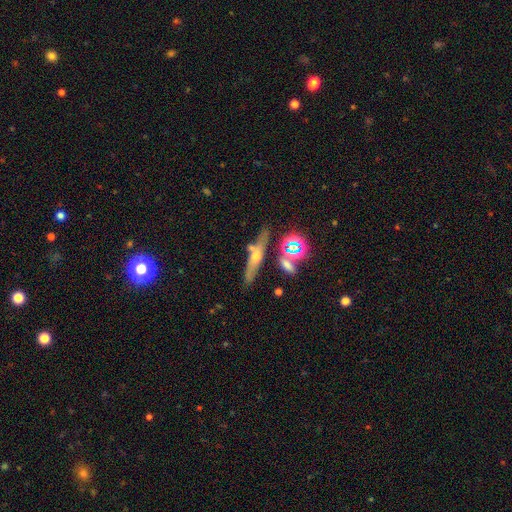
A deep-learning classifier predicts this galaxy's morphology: Q: Smooth or featured?
A: featured or disk (50%); runner-up: smooth (27%)
Q: Edge-on disk?
A: yes (83%); runner-up: no (17%)
Q: Merging?
A: none (74%); runner-up: minor disturbance (12%)